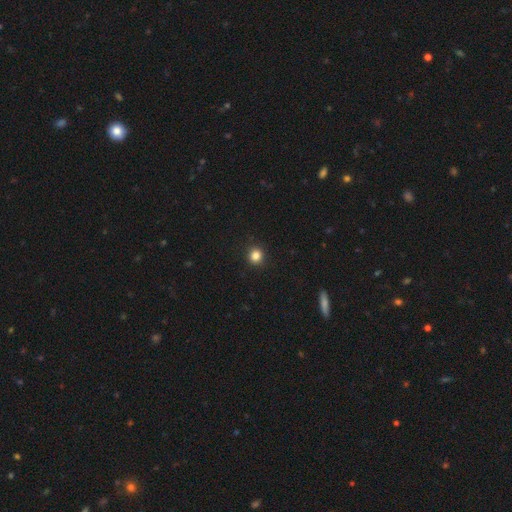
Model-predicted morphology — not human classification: Smooth or featured: smooth — 84% (star or artifact — 12%)
How rounded: round — 91% (in between — 8%)
Merging: none — 92% (minor disturbance — 5%)